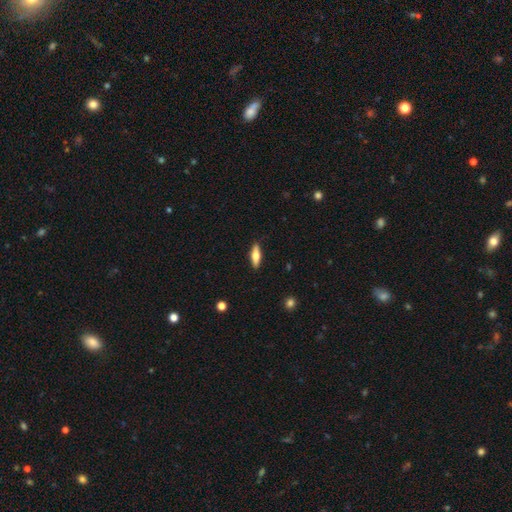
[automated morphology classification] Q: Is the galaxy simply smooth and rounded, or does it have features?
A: smooth — 56%.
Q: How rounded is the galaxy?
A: in between — 49%, tied with cigar-shaped.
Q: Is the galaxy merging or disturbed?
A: none — 89%.